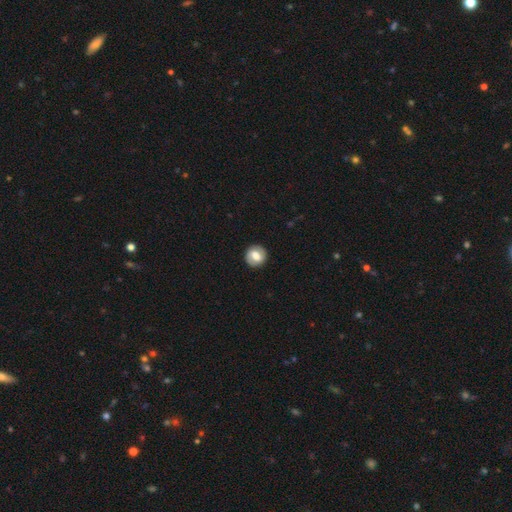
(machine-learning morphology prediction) Overall: smooth (59%; featured or disk 33%). How rounded: round (85%). Merging: none (89%).